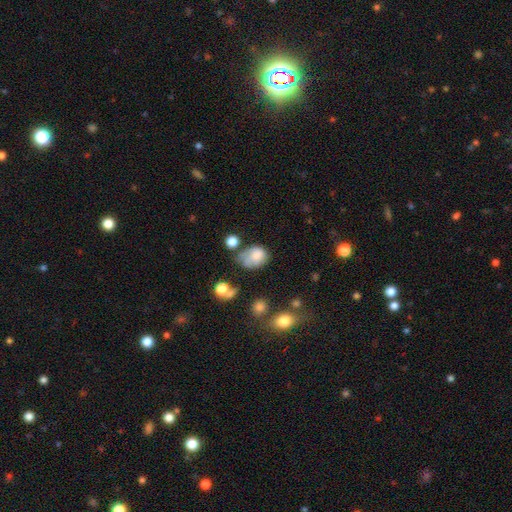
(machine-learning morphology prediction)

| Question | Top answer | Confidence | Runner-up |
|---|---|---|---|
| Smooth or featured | smooth | 69% | featured or disk (20%) |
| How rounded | in between | 65% | round (34%) |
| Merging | minor disturbance | 33% | none (30%) |